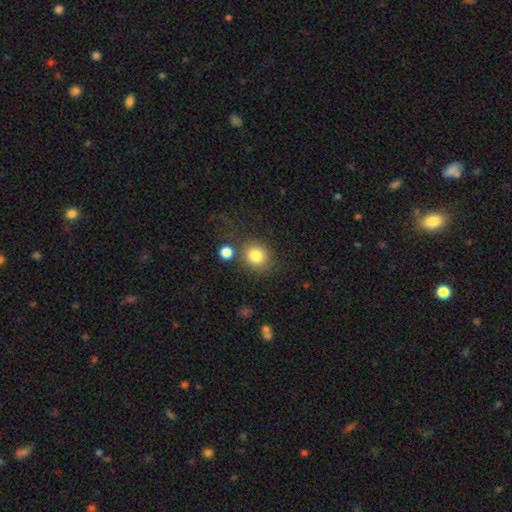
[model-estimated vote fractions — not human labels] A smooth galaxy with no disk features (81%) that is round (82%).

Vote fractions:
- Smooth or featured? smooth: 81% / star or artifact: 10% / featured or disk: 8%
- How rounded? round: 82% / in between: 17% / cigar-shaped: 1%
- Merging? none: 71% / minor disturbance: 12% / merger: 11% / major disturbance: 6%